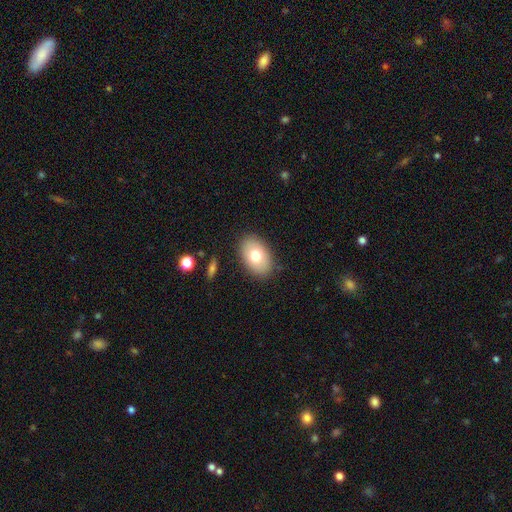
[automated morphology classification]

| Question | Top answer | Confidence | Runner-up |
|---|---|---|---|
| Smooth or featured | smooth | 73% | featured or disk (19%) |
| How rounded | in between | 87% | round (12%) |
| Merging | none | 85% | minor disturbance (10%) |